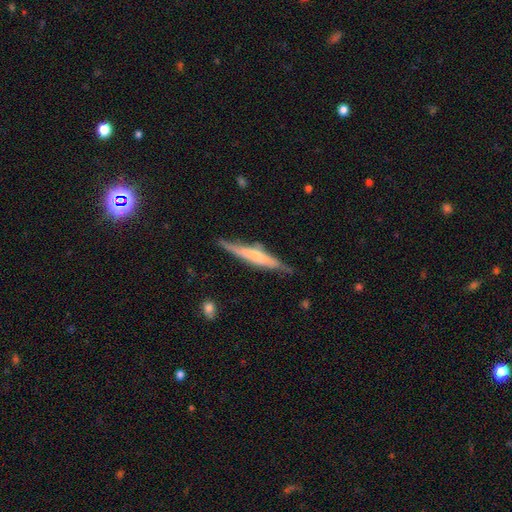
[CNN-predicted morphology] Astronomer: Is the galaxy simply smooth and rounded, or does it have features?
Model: featured or disk — 56% (runner-up: smooth, 38%).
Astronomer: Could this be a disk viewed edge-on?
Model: yes — 92%.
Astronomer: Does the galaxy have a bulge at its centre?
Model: rounded — 41% (runner-up: none, 34%).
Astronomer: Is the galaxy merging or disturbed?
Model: none — 72%.